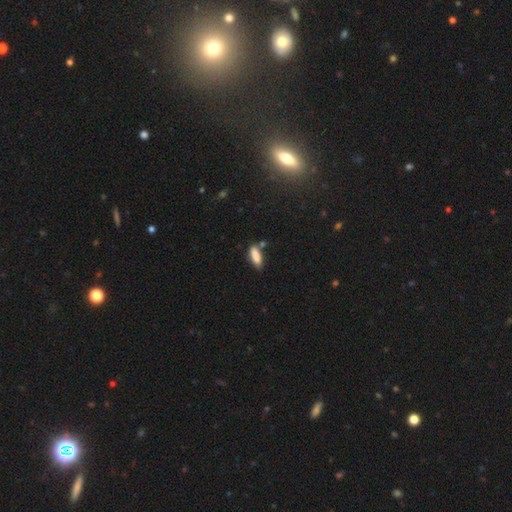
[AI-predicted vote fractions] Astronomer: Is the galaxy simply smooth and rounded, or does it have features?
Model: smooth — 87%.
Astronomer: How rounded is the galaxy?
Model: in between — 66%.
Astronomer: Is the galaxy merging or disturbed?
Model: none — 69%.